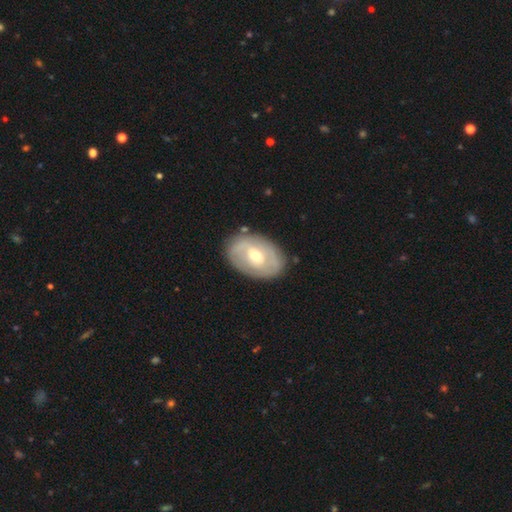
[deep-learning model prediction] Morphology: type=featured or disk (63%); edge-on=no (94%); bar=weak (44%); spiral arms=yes (54%); bulge=moderate (64%); merging=none (81%).